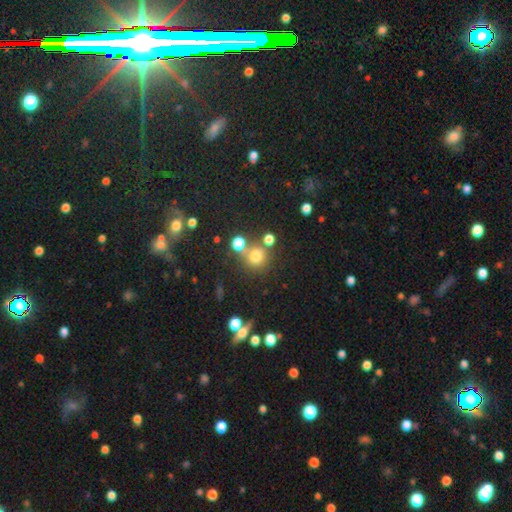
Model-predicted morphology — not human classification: smooth-or-featured: smooth: 71% | star or artifact: 20% | featured or disk: 9%
  how-rounded: round: 88% | in between: 11% | cigar-shaped: 1%
  merging: none: 64% | merger: 20% | minor disturbance: 10% | major disturbance: 5%